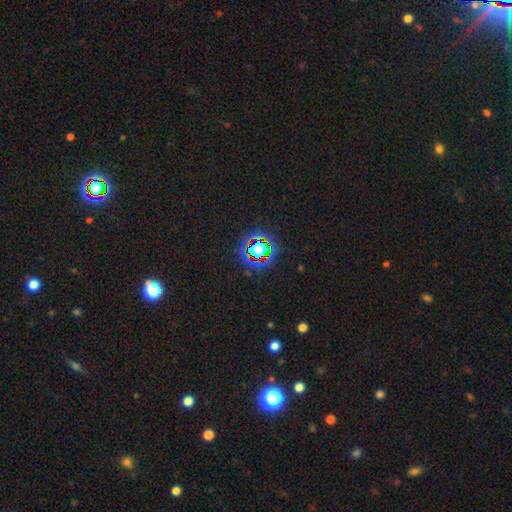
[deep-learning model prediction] Smooth or featured?
  - star or artifact: 75% *
  - smooth: 16%
  - featured or disk: 9%